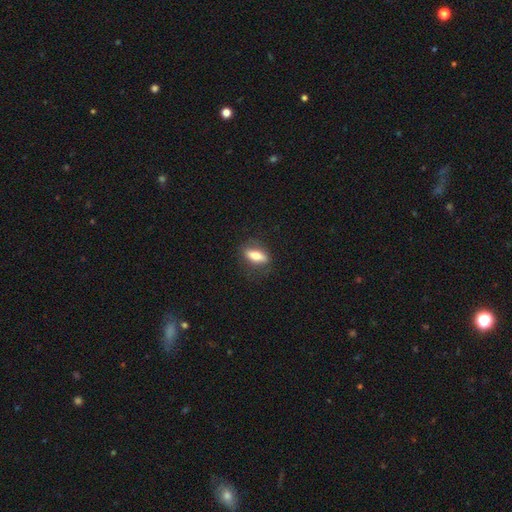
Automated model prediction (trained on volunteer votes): This appears to be a smooth galaxy with no disk features (66%) that is in between round and cigar-shaped (61%). Merging: none (82%).